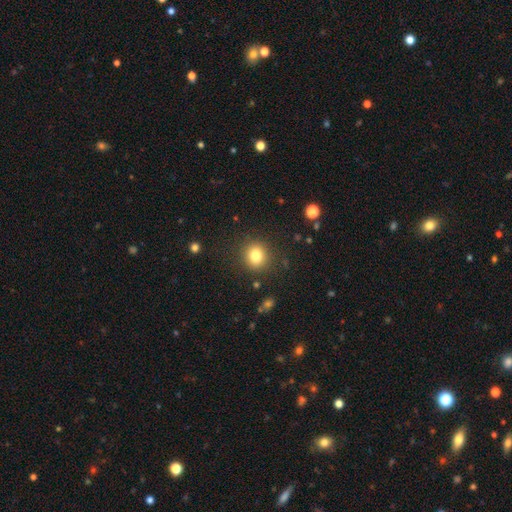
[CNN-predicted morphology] type=smooth (81%); roundness=round (84%); merging=none (88%).